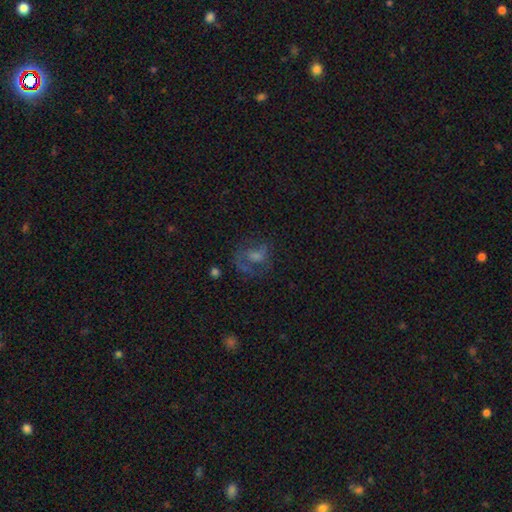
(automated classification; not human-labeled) Smooth or featured? featured or disk (52%)
Edge-on disk? no (97%)
Merging? none (50%)